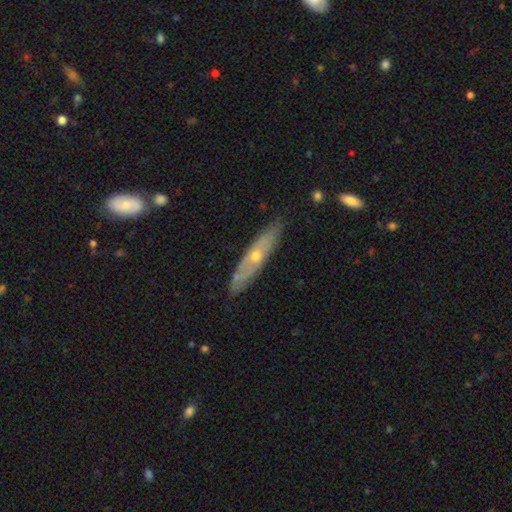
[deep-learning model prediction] Smooth or featured: featured or disk — 62% (smooth — 31%)
Edge-on disk: yes — 70% (no — 30%)
Merging: none — 83% (minor disturbance — 13%)